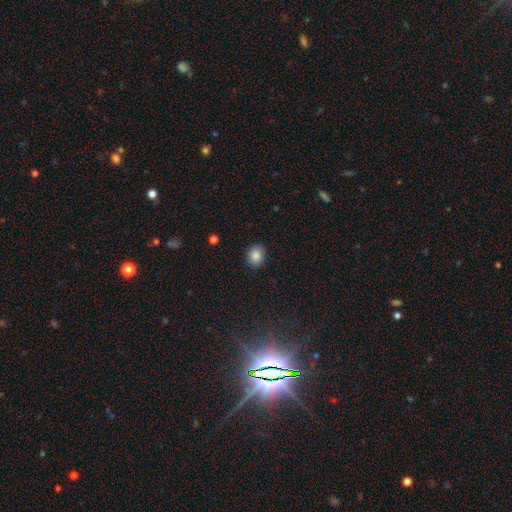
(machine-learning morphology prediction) Smooth or featured? smooth (87%)
How rounded? round (60%)
Merging? none (87%)